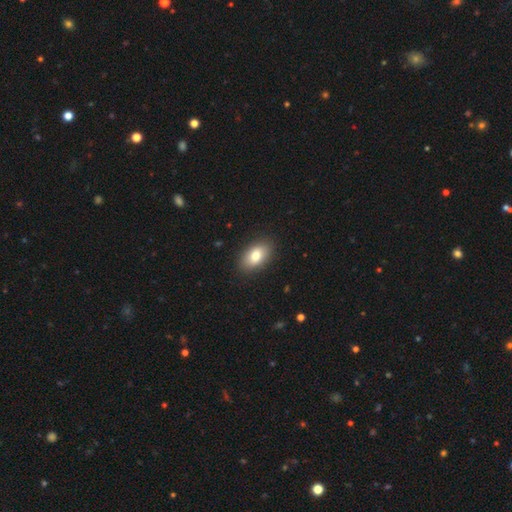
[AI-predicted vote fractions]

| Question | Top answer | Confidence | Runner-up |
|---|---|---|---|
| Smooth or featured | smooth | 80% | featured or disk (13%) |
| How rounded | in between | 91% | round (7%) |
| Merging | none | 88% | minor disturbance (9%) |